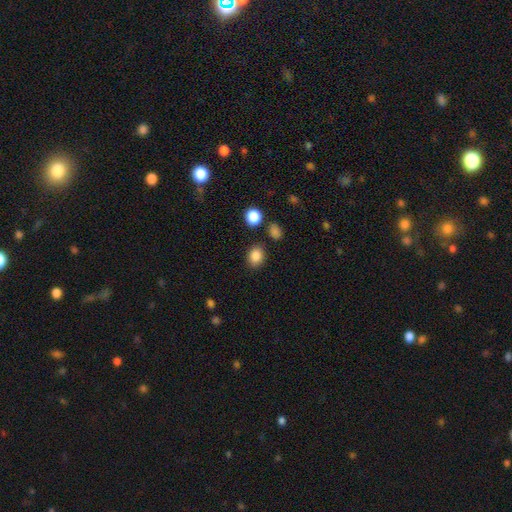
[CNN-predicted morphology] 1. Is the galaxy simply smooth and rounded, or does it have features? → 85% smooth, 10% star or artifact, 4% featured or disk.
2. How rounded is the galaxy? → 51% round, 48% in between, 1% cigar-shaped.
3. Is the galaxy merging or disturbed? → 83% none, 10% minor disturbance, 4% merger, 3% major disturbance.